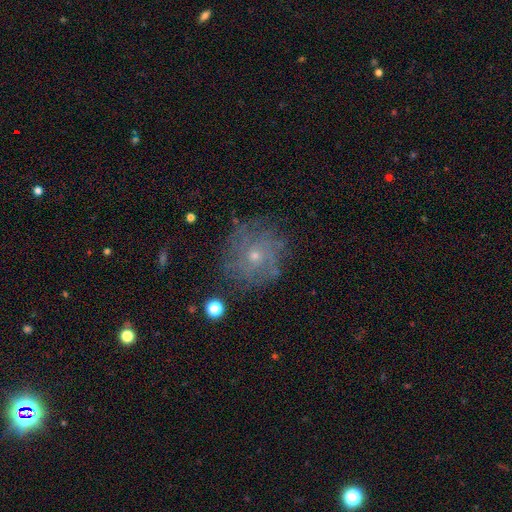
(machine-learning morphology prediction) Q: Smooth or featured?
A: featured or disk (57%); runner-up: smooth (27%)
Q: Edge-on disk?
A: no (97%); runner-up: yes (3%)
Q: Bar?
A: no (87%); runner-up: weak (11%)
Q: Spiral arms?
A: yes (68%); runner-up: no (32%)
Q: Bulge size?
A: small (67%); runner-up: moderate (29%)
Q: Merging?
A: none (74%); runner-up: minor disturbance (16%)